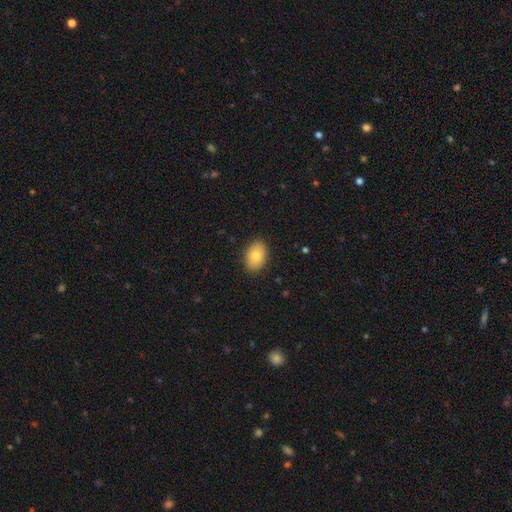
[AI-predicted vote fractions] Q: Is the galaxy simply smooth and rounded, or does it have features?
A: smooth — 81%.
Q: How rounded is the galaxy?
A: in between — 85%.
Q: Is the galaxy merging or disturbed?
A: none — 88%.